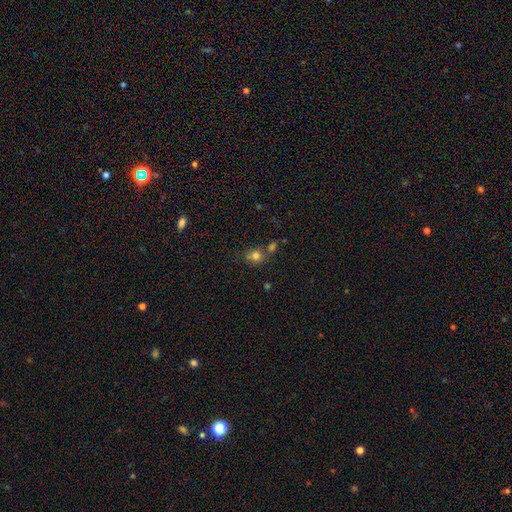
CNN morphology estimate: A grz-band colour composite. It shows a smooth galaxy with no disk features (77%) that is round (73%). Merging: none (57%).